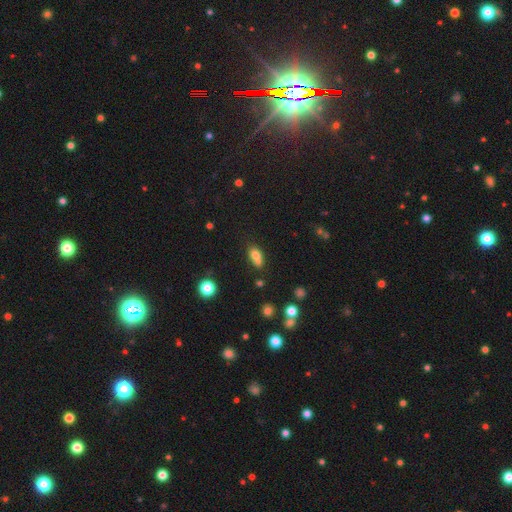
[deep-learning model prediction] smooth 73%, featured or disk 14%, star or artifact 13%. Down the decision tree: how rounded — in between (69%); merging — merger (44%).